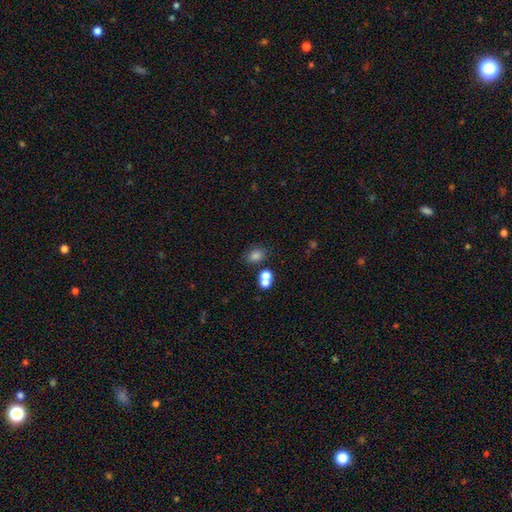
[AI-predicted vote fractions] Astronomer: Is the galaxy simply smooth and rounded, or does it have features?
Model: smooth — 78%.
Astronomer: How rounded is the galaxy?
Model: in between — 63%.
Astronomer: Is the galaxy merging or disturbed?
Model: none — 58%.